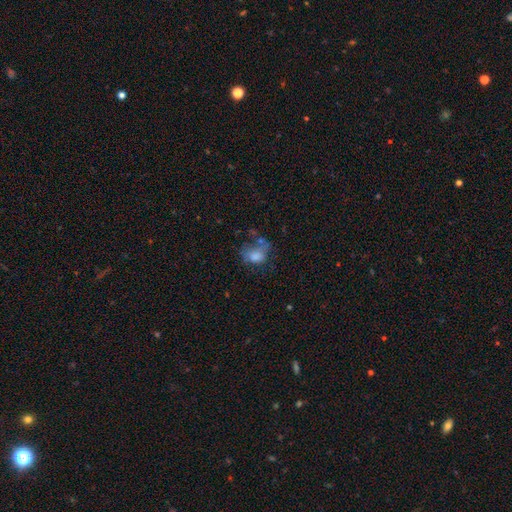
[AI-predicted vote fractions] smooth-or-featured: smooth: 63% | featured or disk: 25% | star or artifact: 12%
  how-rounded: in between: 64% | round: 35% | cigar-shaped: 1%
  merging: major disturbance: 34% | none: 29% | minor disturbance: 23% | merger: 14%